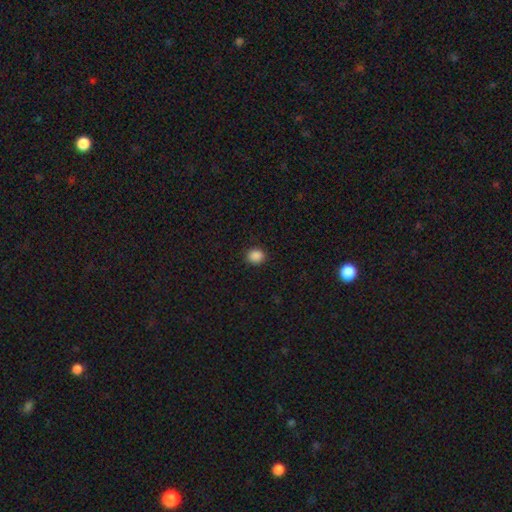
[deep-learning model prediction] Smooth or featured?
  - smooth: 88% *
  - star or artifact: 10%
  - featured or disk: 2%
How rounded?
  - round: 69% *
  - in between: 30%
  - cigar-shaped: 1%
Merging?
  - none: 90% *
  - minor disturbance: 7%
  - major disturbance: 2%
  - merger: 1%